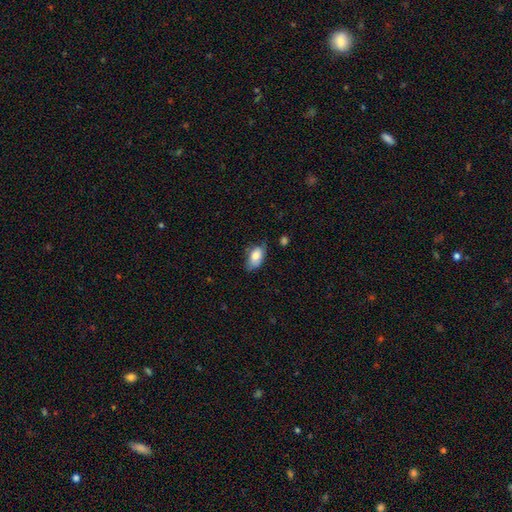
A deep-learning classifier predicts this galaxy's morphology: This is clearly a smooth galaxy (80%). How rounded: clearly in between (92%). Merging: possibly none (55%).